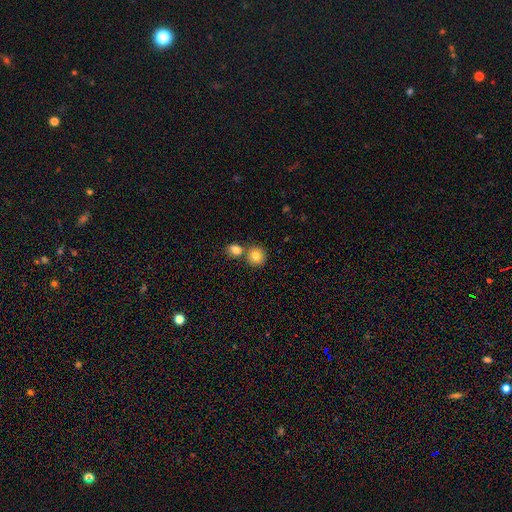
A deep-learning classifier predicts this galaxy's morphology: A smooth galaxy with no disk features (82%) that is round (85%).

Vote fractions:
- Smooth or featured? smooth: 82% / star or artifact: 10% / featured or disk: 8%
- How rounded? round: 85% / in between: 14% / cigar-shaped: 1%
- Merging? none: 61% / merger: 29% / minor disturbance: 8% / major disturbance: 2%